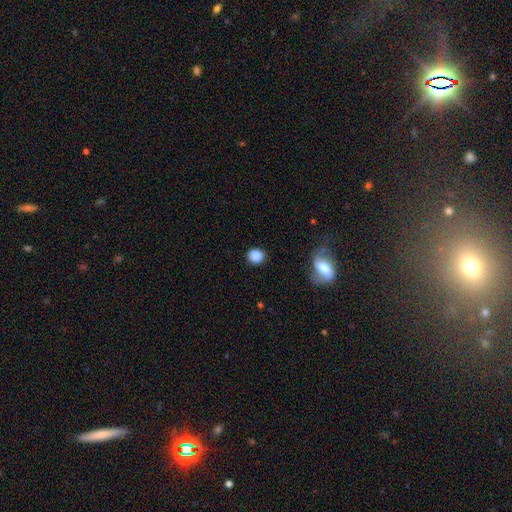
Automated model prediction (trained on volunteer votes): Smooth or featured?
  - smooth: 86% *
  - star or artifact: 9%
  - featured or disk: 5%
How rounded?
  - round: 81% *
  - in between: 18%
  - cigar-shaped: 1%
Merging?
  - none: 84% *
  - minor disturbance: 10%
  - major disturbance: 4%
  - merger: 2%